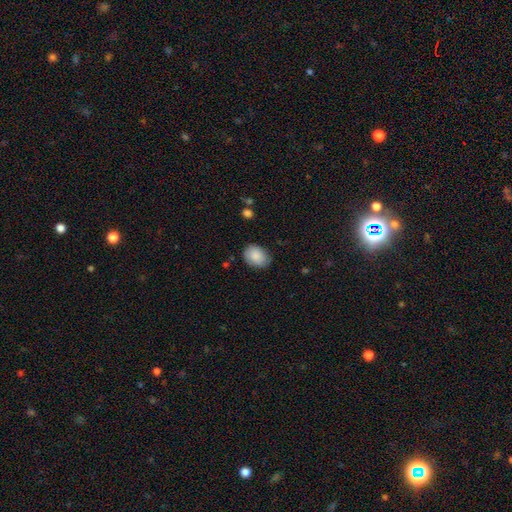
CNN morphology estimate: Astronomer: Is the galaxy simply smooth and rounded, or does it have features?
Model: smooth — 87%.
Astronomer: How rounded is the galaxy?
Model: in between — 68%.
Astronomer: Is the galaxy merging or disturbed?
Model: none — 81%.